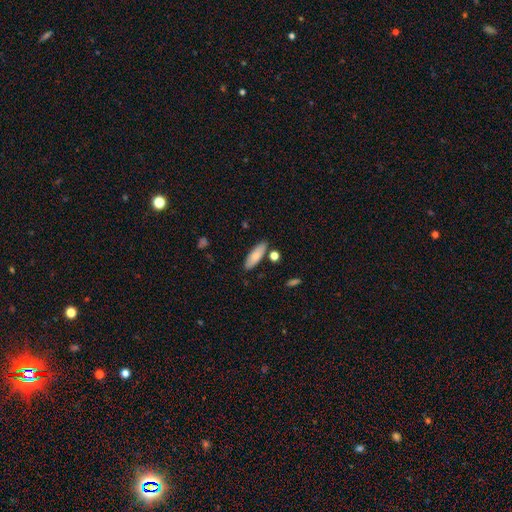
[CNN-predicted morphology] A smooth galaxy with no disk features (81%) that is in between round and cigar-shaped (58%). Merging: none (83%).